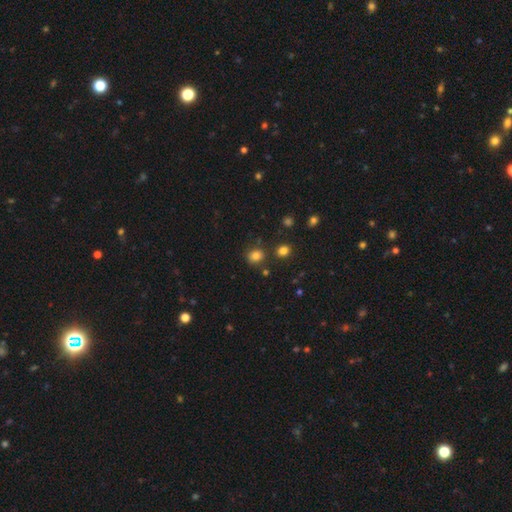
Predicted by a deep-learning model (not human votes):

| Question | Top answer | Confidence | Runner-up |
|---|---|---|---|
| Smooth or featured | smooth | 80% | star or artifact (14%) |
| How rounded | round | 68% | in between (31%) |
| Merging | none | 79% | minor disturbance (11%) |